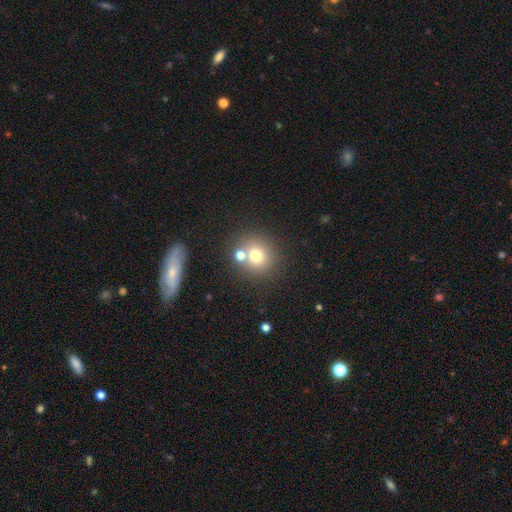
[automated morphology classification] This is likely a smooth galaxy (72%). How rounded: clearly round (89%). Merging: likely none (66%).